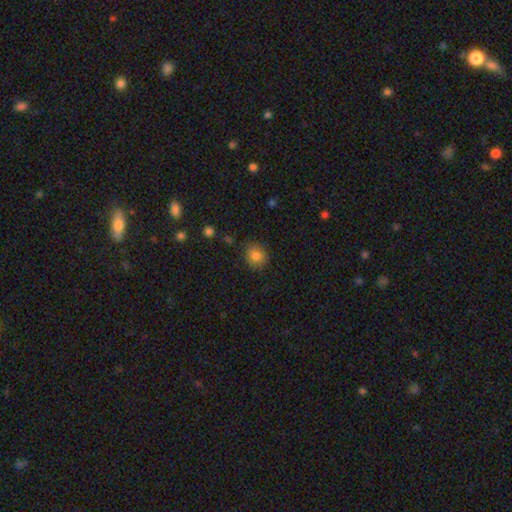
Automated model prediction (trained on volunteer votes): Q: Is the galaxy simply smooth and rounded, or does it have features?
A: smooth — 83%.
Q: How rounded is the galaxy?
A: round — 78%.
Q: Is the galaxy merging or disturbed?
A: none — 82%.